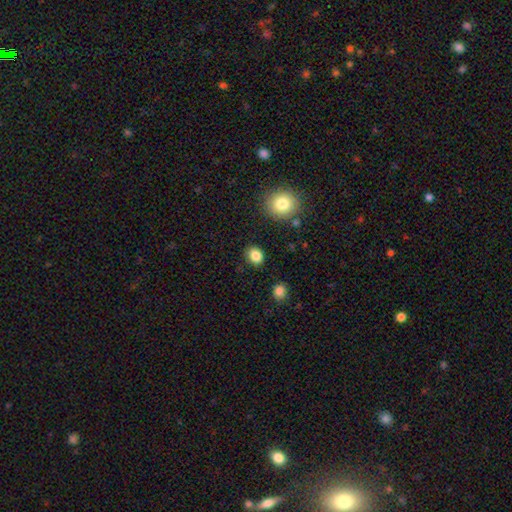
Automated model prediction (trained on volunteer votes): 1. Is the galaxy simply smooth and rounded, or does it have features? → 85% smooth, 10% star or artifact, 5% featured or disk.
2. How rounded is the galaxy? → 56% round, 43% in between, 1% cigar-shaped.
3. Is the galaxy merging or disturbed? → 86% none, 9% minor disturbance, 3% major disturbance, 2% merger.